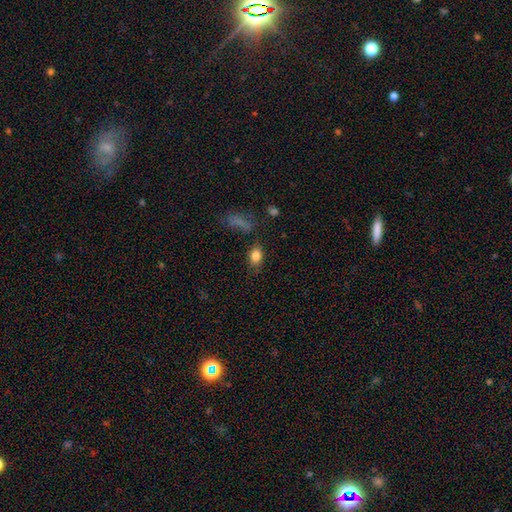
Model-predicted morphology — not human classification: Smooth or featured: smooth — 83% (star or artifact — 9%)
How rounded: in between — 78% (round — 19%)
Merging: none — 78% (minor disturbance — 15%)